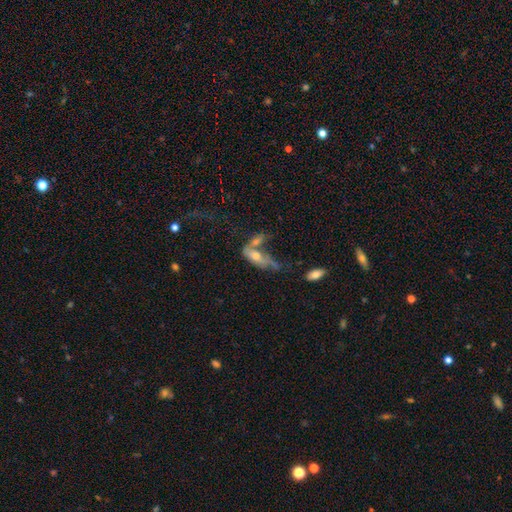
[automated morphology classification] type=smooth (50%); merging=merger (47%).